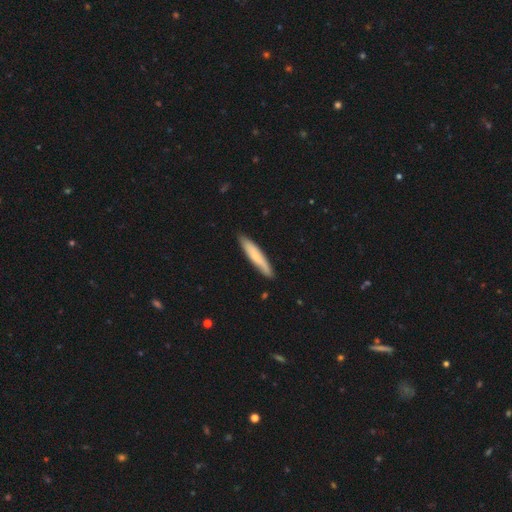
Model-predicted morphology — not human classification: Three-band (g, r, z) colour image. It shows a smooth galaxy with no disk features (70%) that is cigar-shaped (90%). Merging: none (86%).